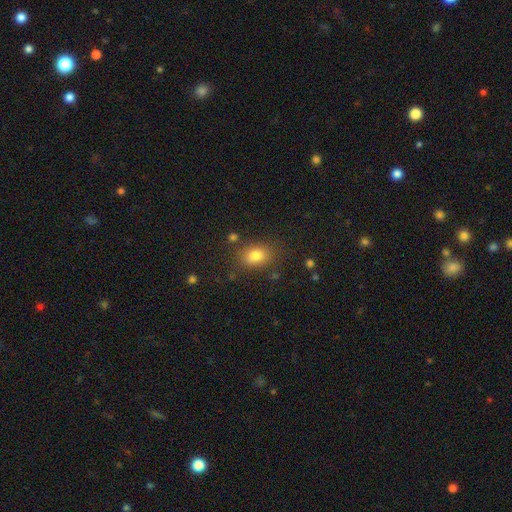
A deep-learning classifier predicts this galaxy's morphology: Overall: smooth (81%). How rounded: in between (73%). Merging: none (78%).